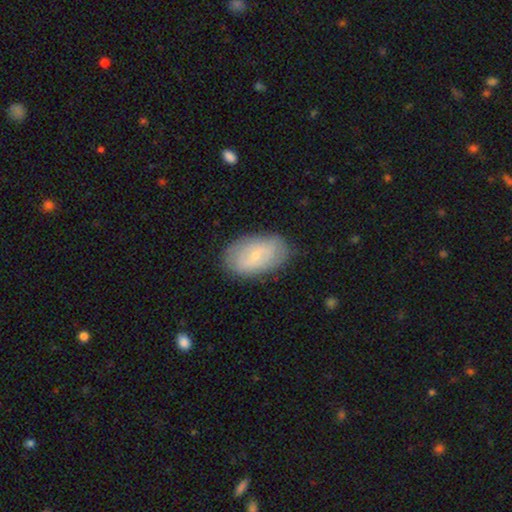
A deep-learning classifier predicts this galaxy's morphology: The model was most divided on "smooth or featured": smooth: 48%, featured or disk: 46%, star or artifact: 7%. More confident: merging — none (79%).